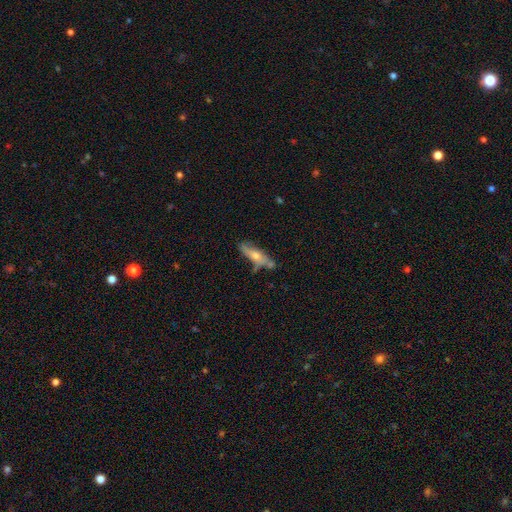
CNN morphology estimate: type=featured or disk (51%); edge-on=yes (58%); merging=none (63%).